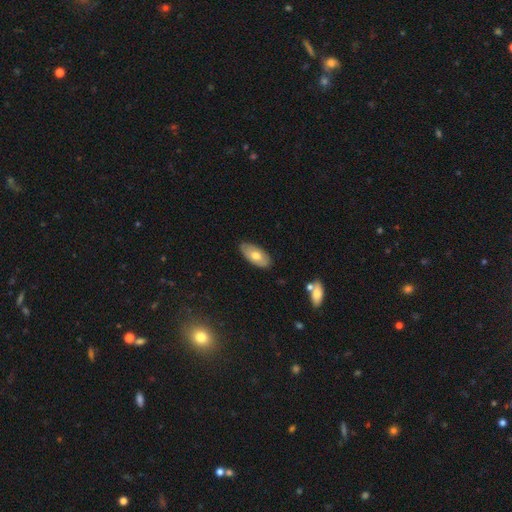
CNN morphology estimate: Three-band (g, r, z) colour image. It shows a smooth galaxy with no disk features (65%) that is in between round and cigar-shaped (92%). Merging: none (84%).